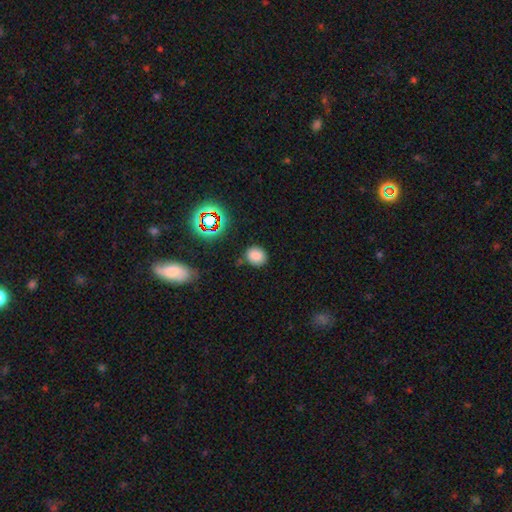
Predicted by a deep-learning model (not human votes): This is likely a smooth galaxy (78%). How rounded: likely round (69%). Merging: clearly none (83%).